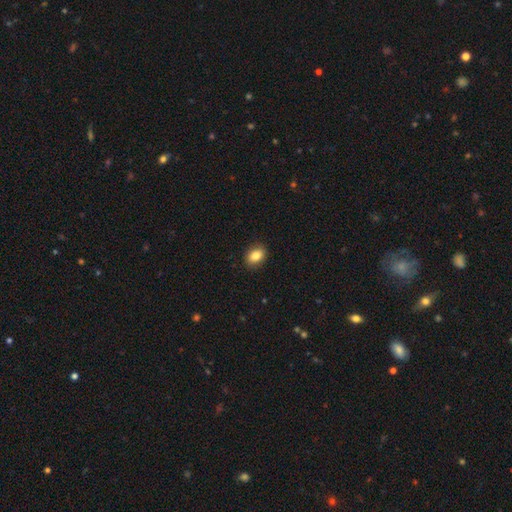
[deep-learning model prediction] Smooth or featured? smooth (85%)
How rounded? in between (73%)
Merging? none (90%)